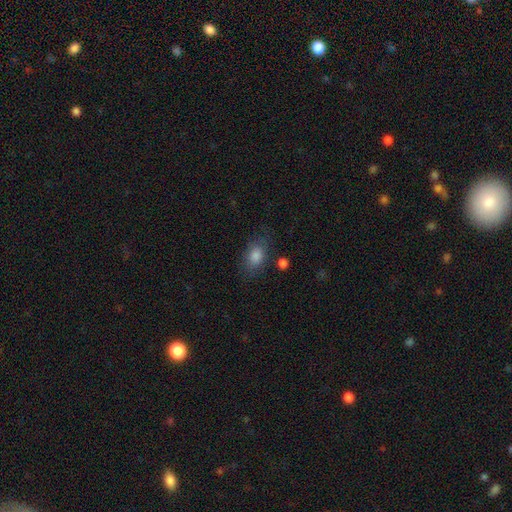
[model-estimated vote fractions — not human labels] smooth 80%, star or artifact 11%, featured or disk 9%. Down the decision tree: how rounded — in between (80%); merging — none (74%).